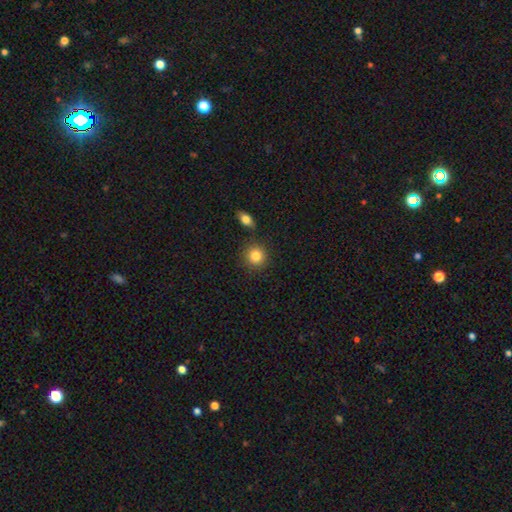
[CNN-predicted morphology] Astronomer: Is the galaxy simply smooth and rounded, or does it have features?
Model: smooth — 84%.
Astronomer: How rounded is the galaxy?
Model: round — 90%.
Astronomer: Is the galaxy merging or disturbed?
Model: none — 84%.